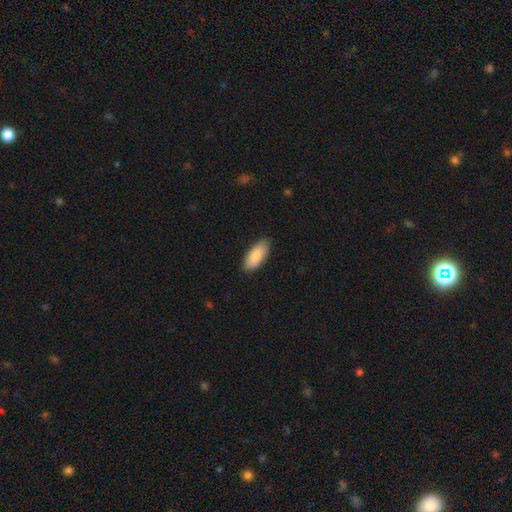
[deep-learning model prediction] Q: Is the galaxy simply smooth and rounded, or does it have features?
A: smooth — 85%.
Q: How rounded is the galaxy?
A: in between — 86%.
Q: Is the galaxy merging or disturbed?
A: none — 87%.